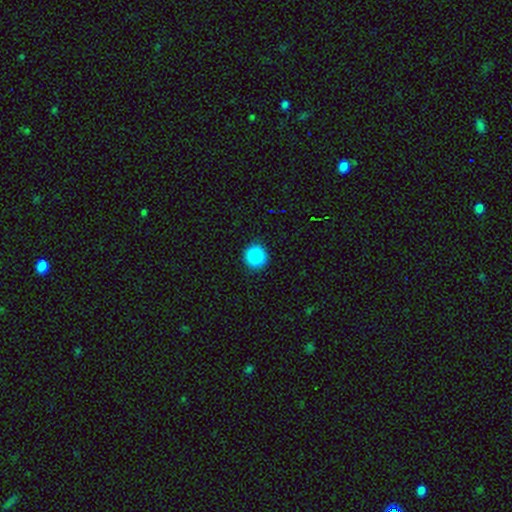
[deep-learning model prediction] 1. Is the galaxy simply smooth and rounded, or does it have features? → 89% smooth, 9% star or artifact, 3% featured or disk.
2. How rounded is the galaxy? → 92% round, 7% in between, 1% cigar-shaped.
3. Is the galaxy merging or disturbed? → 92% none, 6% minor disturbance, 2% major disturbance, 1% merger.